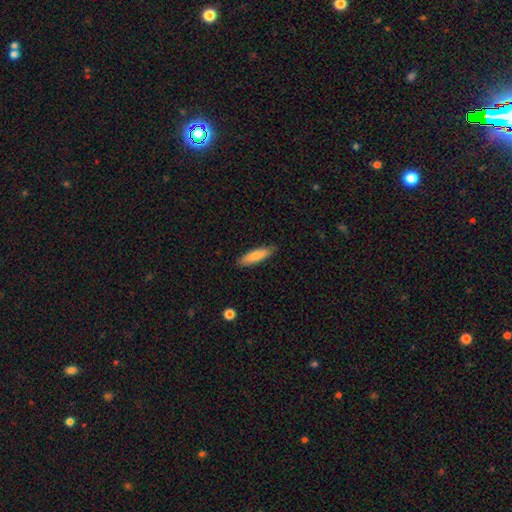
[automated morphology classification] Smooth or featured: smooth — 79% (featured or disk — 15%)
How rounded: cigar-shaped — 64% (in between — 35%)
Merging: none — 86% (minor disturbance — 11%)